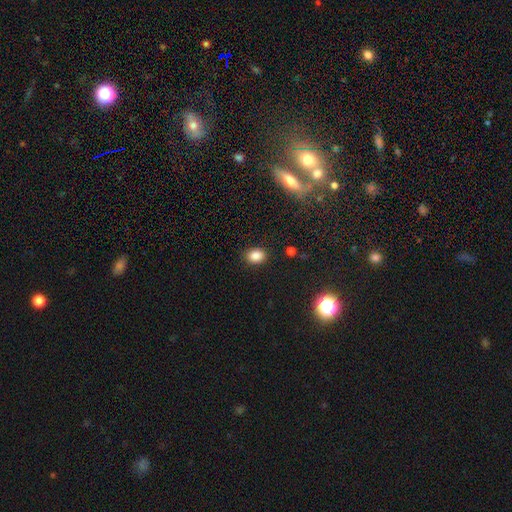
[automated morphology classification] smooth_or_featured: smooth (p=0.85) [alt: star or artifact p=0.11]
how_rounded: in between (p=0.64) [alt: round p=0.35]
merging: none (p=0.87) [alt: minor disturbance p=0.09]